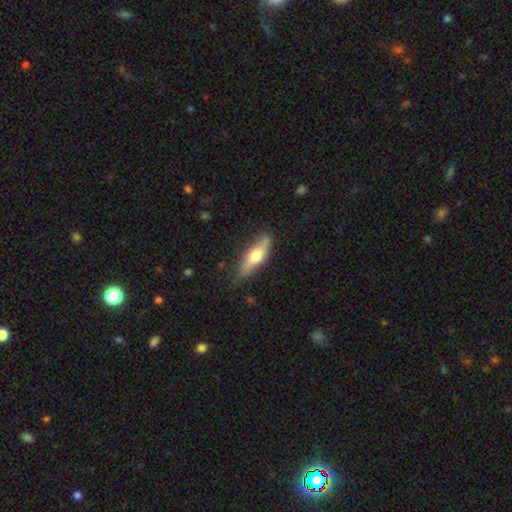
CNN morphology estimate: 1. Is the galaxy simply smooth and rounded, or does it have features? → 56% smooth, 39% featured or disk, 5% star or artifact.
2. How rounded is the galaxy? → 50% cigar-shaped, 48% in between, 2% round.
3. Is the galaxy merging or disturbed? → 72% none, 22% minor disturbance, 4% major disturbance, 2% merger.